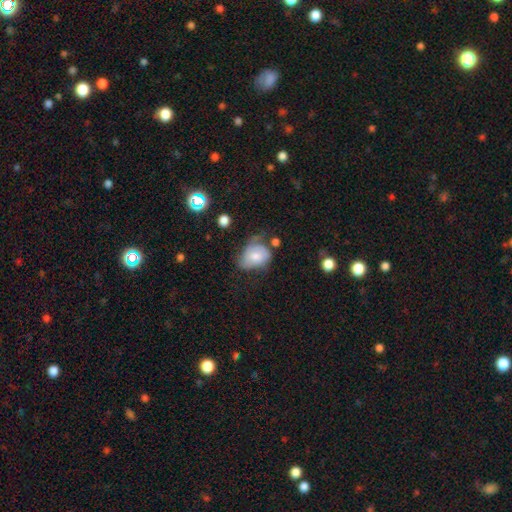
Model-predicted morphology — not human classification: smooth_or_featured: smooth (p=0.60) [alt: featured or disk p=0.32]
how_rounded: in between (p=0.69) [alt: round p=0.30]
merging: minor disturbance (p=0.34) [alt: major disturbance p=0.33]